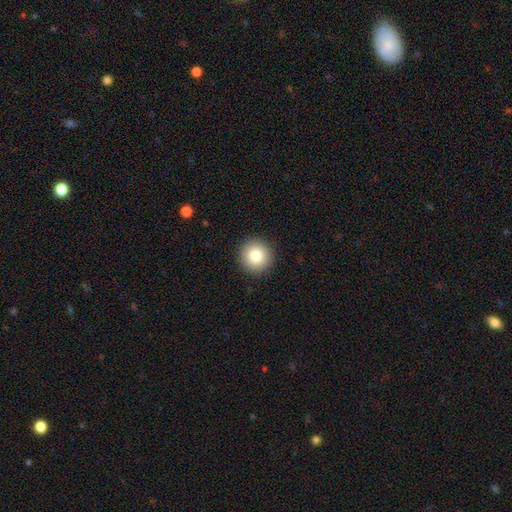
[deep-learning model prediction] smooth 82%, star or artifact 10%, featured or disk 8%. Down the decision tree: how rounded — round (95%); merging — none (92%).